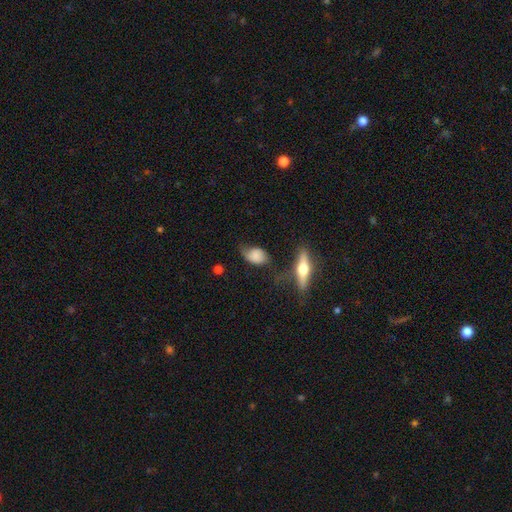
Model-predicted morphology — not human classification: This appears to be a smooth galaxy with no disk features (63%) that is in between round and cigar-shaped (80%). Merging: none (41%).